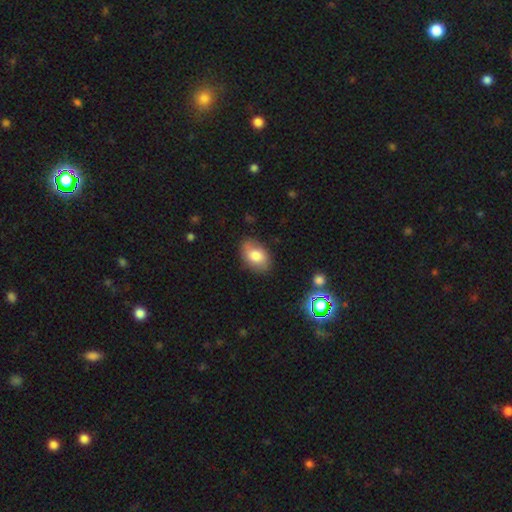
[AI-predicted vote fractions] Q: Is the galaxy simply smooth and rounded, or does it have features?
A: smooth — 77%.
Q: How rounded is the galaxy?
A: in between — 88%.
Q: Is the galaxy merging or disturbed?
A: none — 82%.